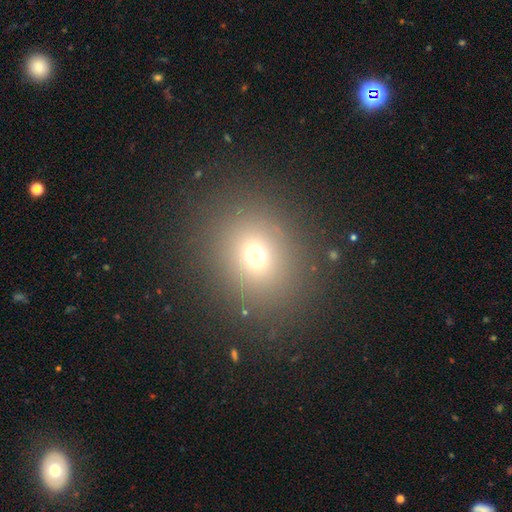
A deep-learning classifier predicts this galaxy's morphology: Smooth or featured? smooth (69%)
How rounded? round (72%)
Merging? none (86%)